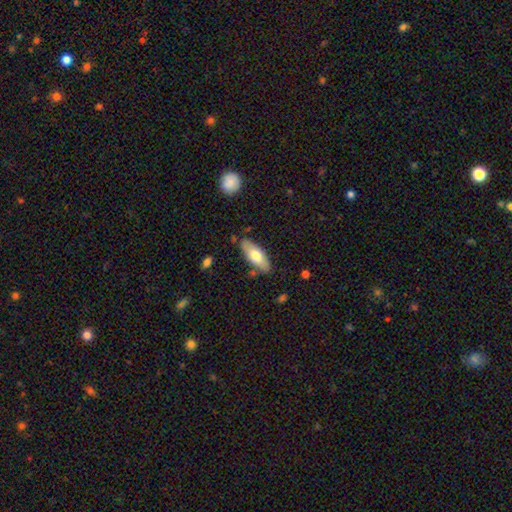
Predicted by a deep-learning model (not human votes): Smooth or featured? Predicted: smooth (p=0.67). How rounded? Predicted: in between (p=0.75). Merging? Predicted: none (p=0.81).